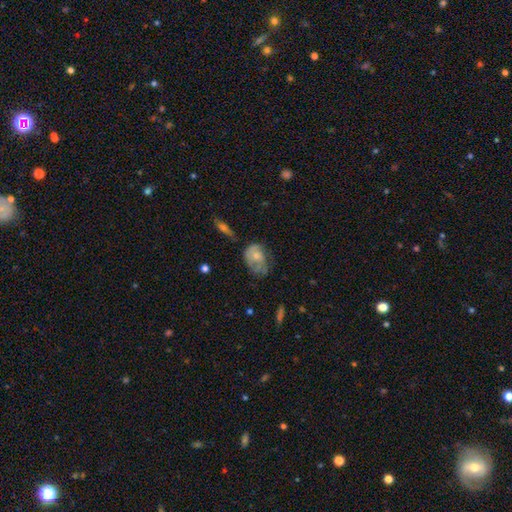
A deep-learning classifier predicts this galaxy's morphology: smooth 53%, featured or disk 39%, star or artifact 8%. Down the decision tree: how rounded — in between (71%); merging — minor disturbance (35%).